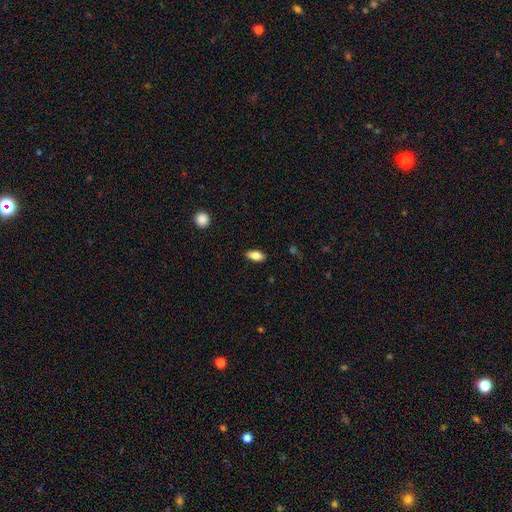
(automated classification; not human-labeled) Overall: smooth (82%). How rounded: in between (87%). Merging: none (87%).